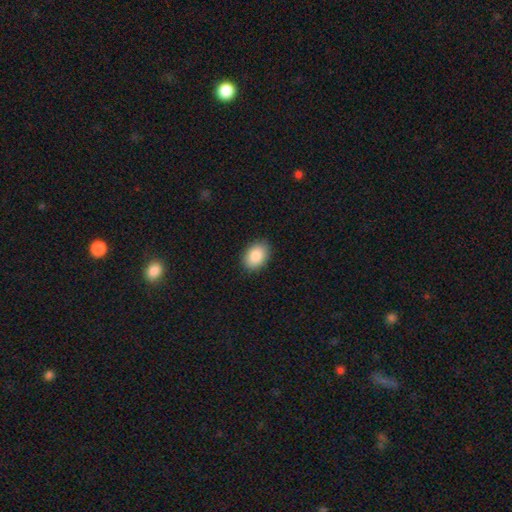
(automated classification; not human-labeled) This appears to be a smooth galaxy with no disk features (88%) that is in between round and cigar-shaped (82%). Merging: none (89%).